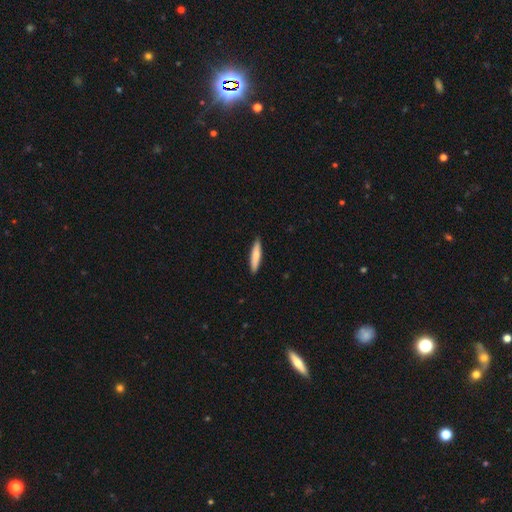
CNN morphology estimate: A smooth galaxy with no disk features (78%) that is cigar-shaped (86%).

Vote fractions:
- Smooth or featured? smooth: 78% / featured or disk: 17% / star or artifact: 5%
- How rounded? cigar-shaped: 86% / in between: 13% / round: 1%
- Merging? none: 90% / minor disturbance: 7% / major disturbance: 1% / merger: 1%